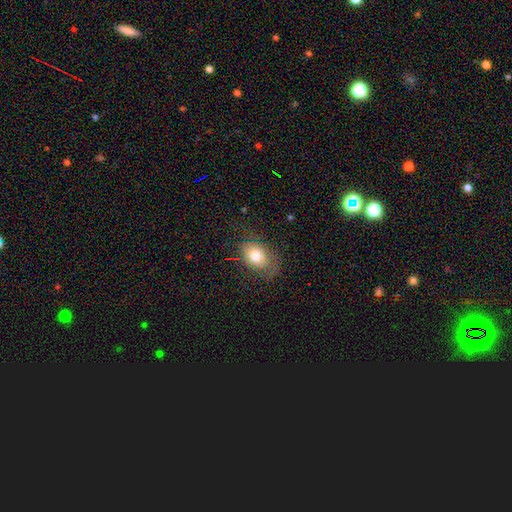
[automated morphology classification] Overall: smooth (74%). How rounded: in between (76%). Merging: none (64%).